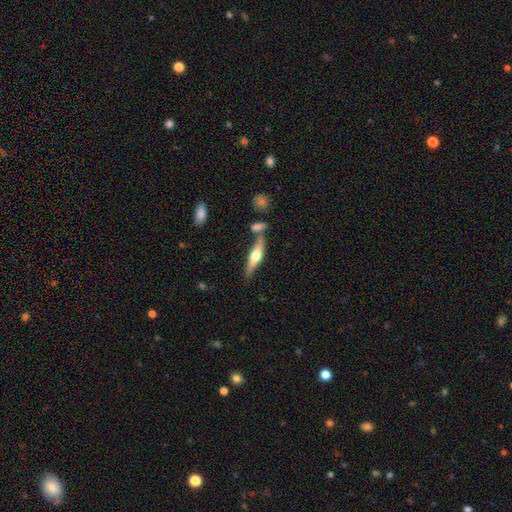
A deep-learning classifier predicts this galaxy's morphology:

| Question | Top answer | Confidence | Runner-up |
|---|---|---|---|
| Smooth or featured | featured or disk | 59% | smooth (36%) |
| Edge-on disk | yes | 93% | no (7%) |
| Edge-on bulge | rounded | 93% | boxy (5%) |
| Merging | none | 69% | minor disturbance (14%) |